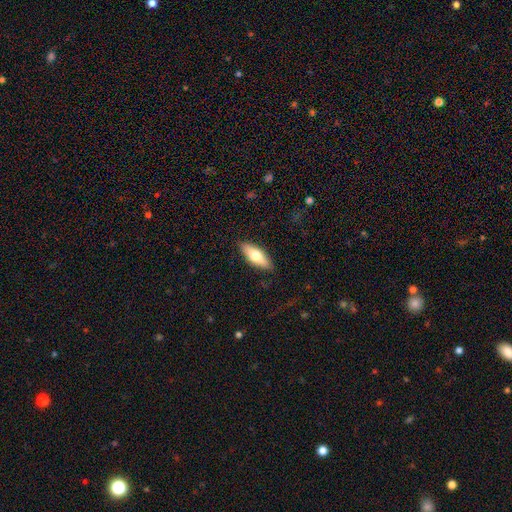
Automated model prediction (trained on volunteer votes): The model was most divided on "smooth or featured": smooth: 66%, featured or disk: 28%, star or artifact: 6%. More confident: merging — none (86%); how rounded — in between (69%).